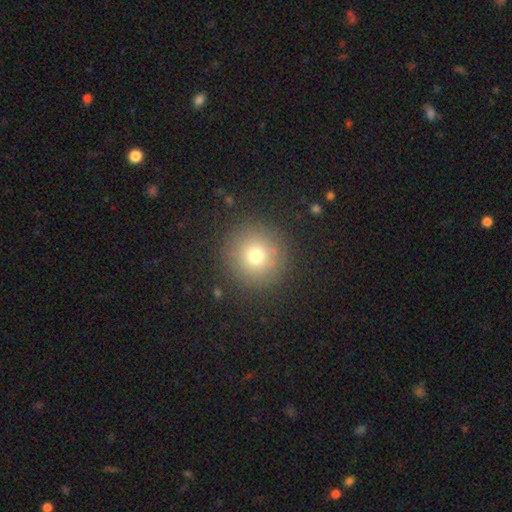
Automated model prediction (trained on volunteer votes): smooth_or_featured: smooth (p=0.74) [alt: star or artifact p=0.15]
how_rounded: round (p=0.96) [alt: in between p=0.03]
merging: none (p=0.89) [alt: minor disturbance p=0.07]